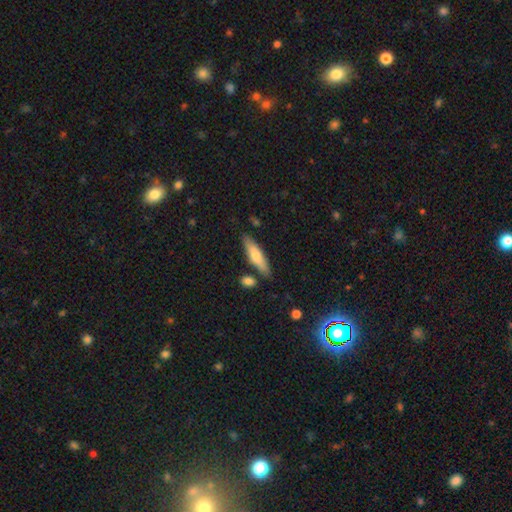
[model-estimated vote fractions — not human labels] Smooth or featured?
  - smooth: 67% *
  - featured or disk: 27%
  - star or artifact: 6%
How rounded?
  - cigar-shaped: 68% *
  - in between: 30%
  - round: 2%
Merging?
  - none: 81% *
  - minor disturbance: 11%
  - merger: 5%
  - major disturbance: 2%